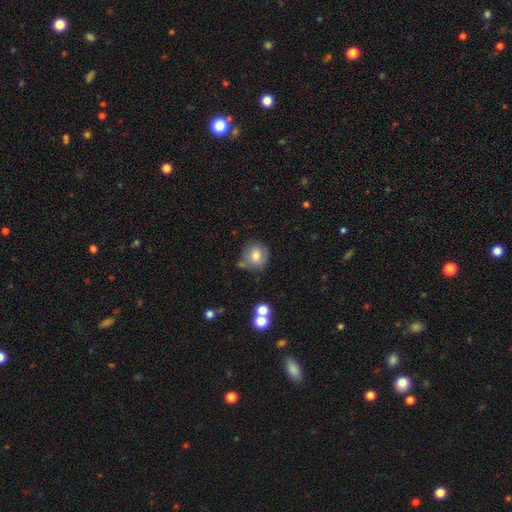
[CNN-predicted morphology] smooth-or-featured: smooth: 73% | featured or disk: 17% | star or artifact: 10%
  how-rounded: round: 88% | in between: 11% | cigar-shaped: 1%
  merging: none: 67% | minor disturbance: 18% | merger: 9% | major disturbance: 5%